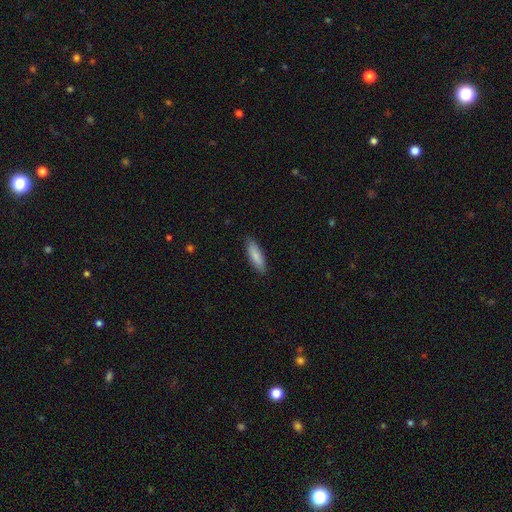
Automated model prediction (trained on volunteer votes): This appears to be a smooth galaxy with no disk features (86%) that is cigar-shaped (53%). Merging: none (87%).